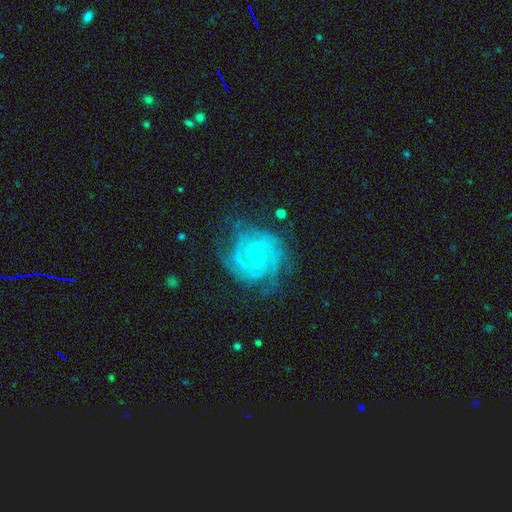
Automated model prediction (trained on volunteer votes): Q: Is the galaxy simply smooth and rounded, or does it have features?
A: featured or disk — 89%.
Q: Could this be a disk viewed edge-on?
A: no — 98%.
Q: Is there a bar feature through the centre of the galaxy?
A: no — 69%.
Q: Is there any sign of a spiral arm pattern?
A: yes — 98%.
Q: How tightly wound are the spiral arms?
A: tight — 77%.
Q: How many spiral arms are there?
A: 2 — 37%.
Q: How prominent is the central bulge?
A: small — 79%.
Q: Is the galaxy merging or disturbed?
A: none — 74%.